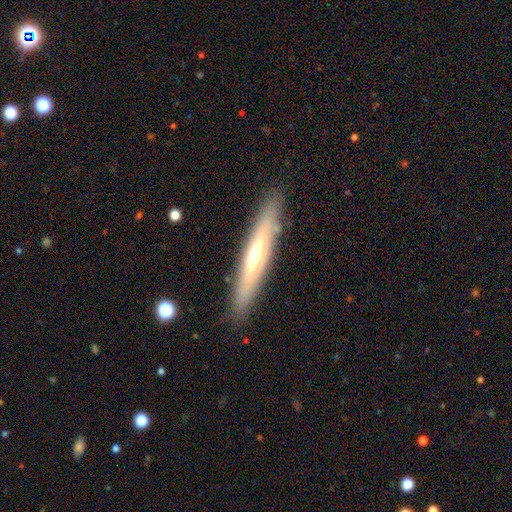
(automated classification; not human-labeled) featured or disk 59%, smooth 35%, star or artifact 6%. Down the decision tree: edge-on disk — yes (88%); edge-on bulge — rounded (75%); merging — none (89%).